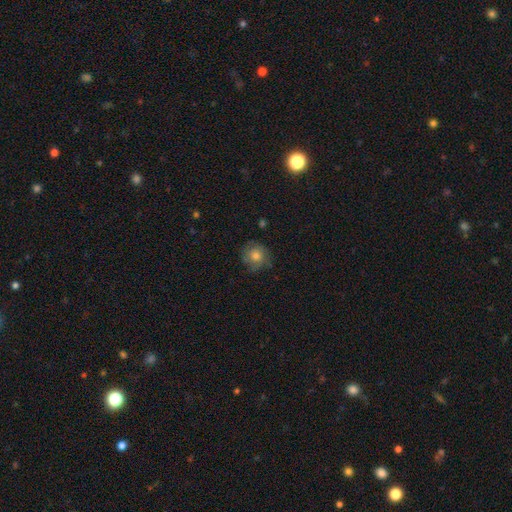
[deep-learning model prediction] Smooth or featured: smooth — 67% (featured or disk — 22%)
How rounded: round — 88% (in between — 11%)
Merging: none — 74% (minor disturbance — 18%)